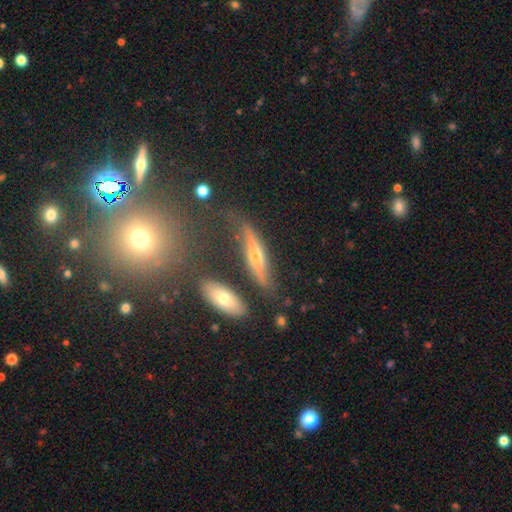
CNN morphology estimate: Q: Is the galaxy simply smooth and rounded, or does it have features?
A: featured or disk — 57%.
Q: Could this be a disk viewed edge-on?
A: yes — 64%.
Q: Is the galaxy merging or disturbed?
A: none — 65%.